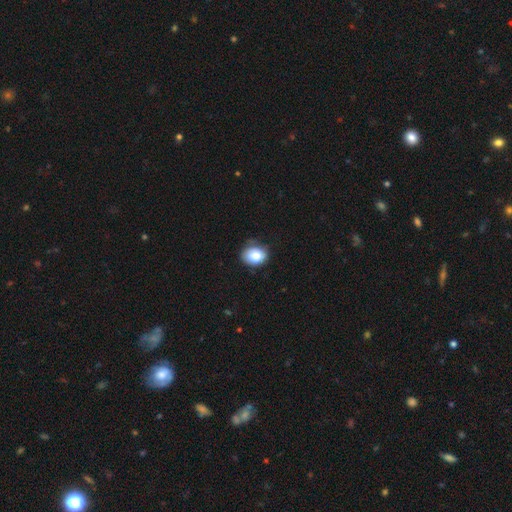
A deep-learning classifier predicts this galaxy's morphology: Smooth or featured? smooth (82%)
How rounded? in between (50%, tied with round)
Merging? none (63%)